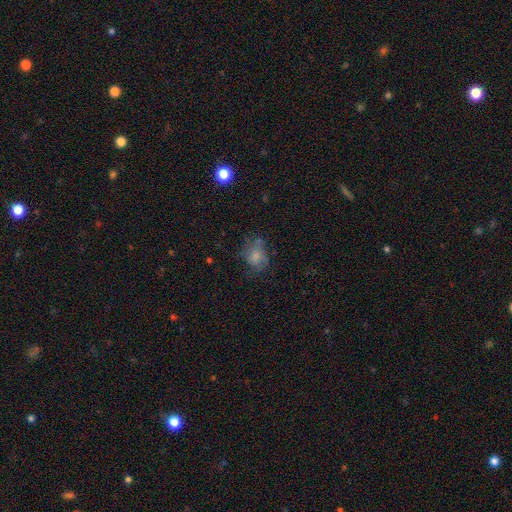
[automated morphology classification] This appears to be a smooth galaxy with no disk features (59%) that is in between round and cigar-shaped (57%). Merging: none (48%).